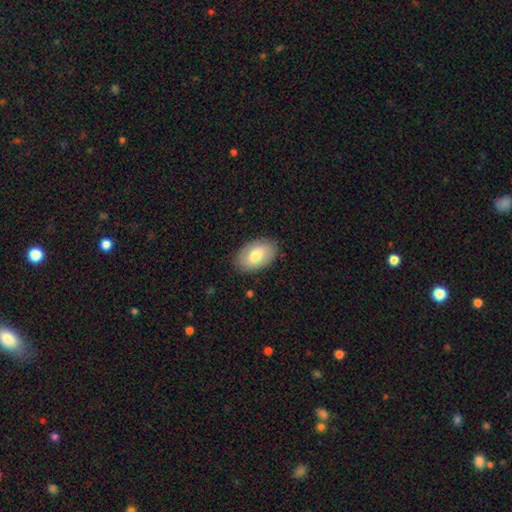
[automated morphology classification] Q: Smooth or featured?
A: smooth (74%); runner-up: featured or disk (20%)
Q: How rounded?
A: in between (91%); runner-up: round (8%)
Q: Merging?
A: none (86%); runner-up: minor disturbance (11%)